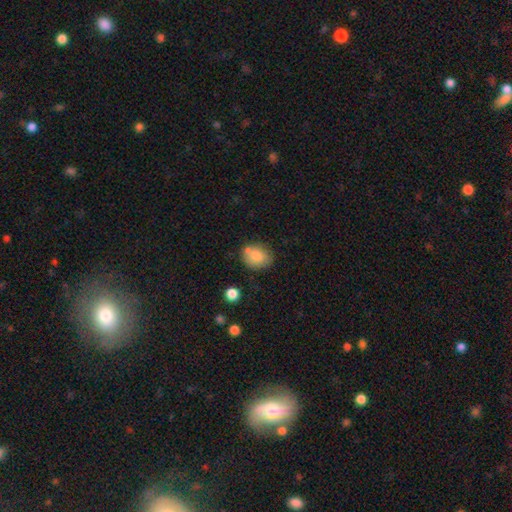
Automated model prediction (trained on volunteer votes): This is likely a smooth galaxy (80%). How rounded: possibly in between (56%). Merging: likely none (68%).